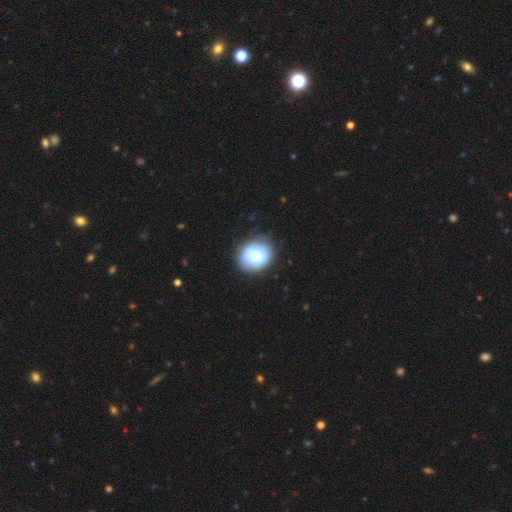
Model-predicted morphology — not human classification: smooth-or-featured: smooth: 58% | featured or disk: 35% | star or artifact: 7%
  how-rounded: round: 67% | in between: 32% | cigar-shaped: 1%
  merging: none: 77% | minor disturbance: 17% | major disturbance: 5% | merger: 2%